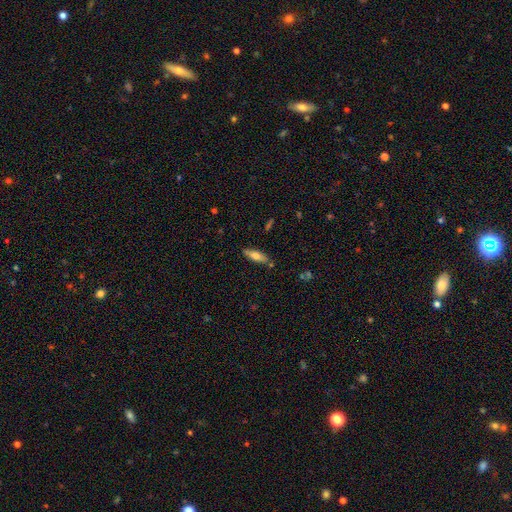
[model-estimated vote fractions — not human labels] smooth 64%, featured or disk 29%, star or artifact 6%. Down the decision tree: how rounded — in between (52%); merging — none (82%).